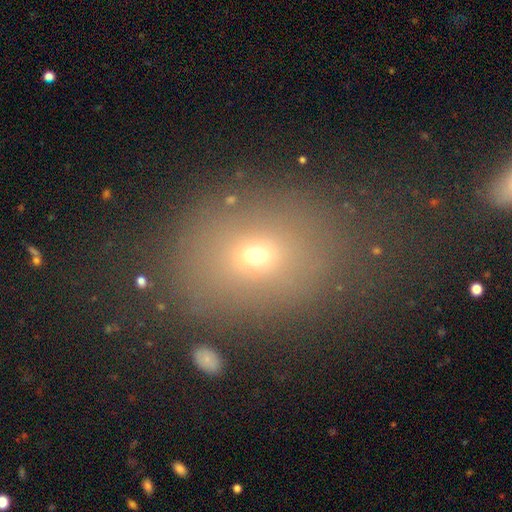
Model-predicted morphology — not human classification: Smooth or featured? Predicted: smooth (p=0.61). How rounded? Predicted: in between (p=0.59). Merging? Predicted: none (p=0.75).